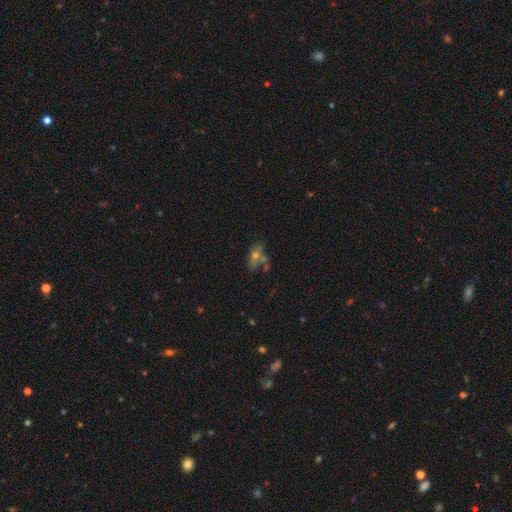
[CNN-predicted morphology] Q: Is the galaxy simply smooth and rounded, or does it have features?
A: smooth — 42%.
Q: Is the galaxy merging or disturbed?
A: none — 41%.